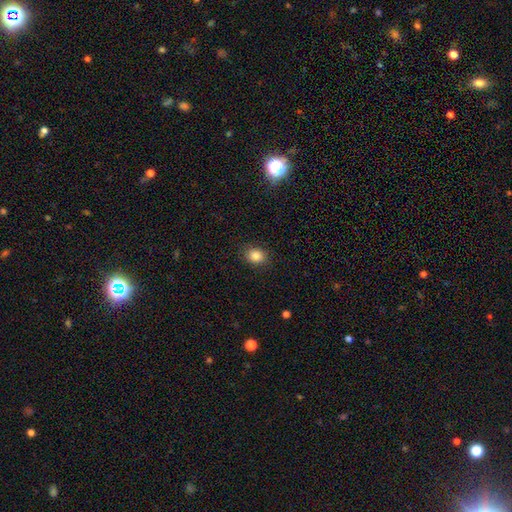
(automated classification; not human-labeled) Smooth or featured?
  - smooth: 84% *
  - star or artifact: 10%
  - featured or disk: 5%
How rounded?
  - round: 57% *
  - in between: 42%
  - cigar-shaped: 1%
Merging?
  - none: 88% *
  - minor disturbance: 9%
  - major disturbance: 3%
  - merger: 1%